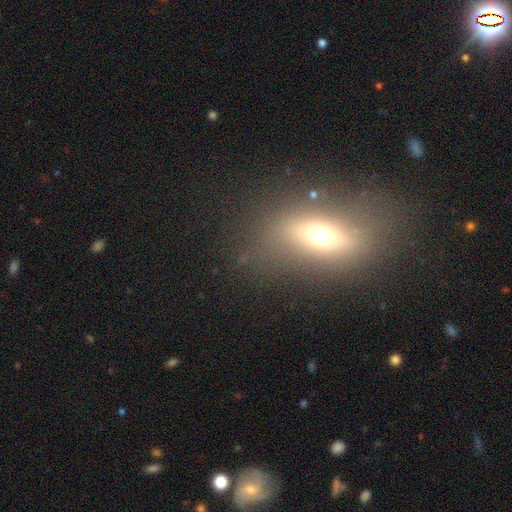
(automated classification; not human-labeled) A smooth galaxy with no disk features (48%). Merging: none (72%).